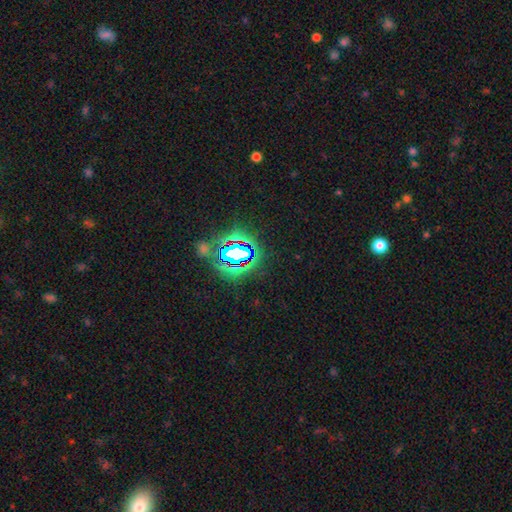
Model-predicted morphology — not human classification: Smooth or featured? star or artifact (80%)